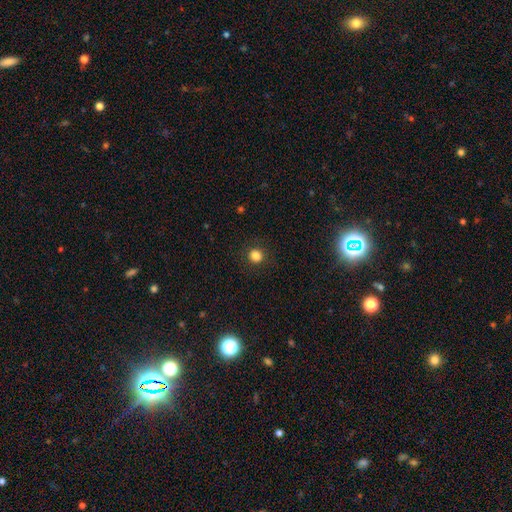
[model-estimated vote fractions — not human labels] A smooth galaxy with no disk features (83%) that is round (92%).

Vote fractions:
- Smooth or featured? smooth: 83% / star or artifact: 12% / featured or disk: 4%
- How rounded? round: 92% / in between: 7% / cigar-shaped: 1%
- Merging? none: 91% / minor disturbance: 5% / major disturbance: 2% / merger: 1%